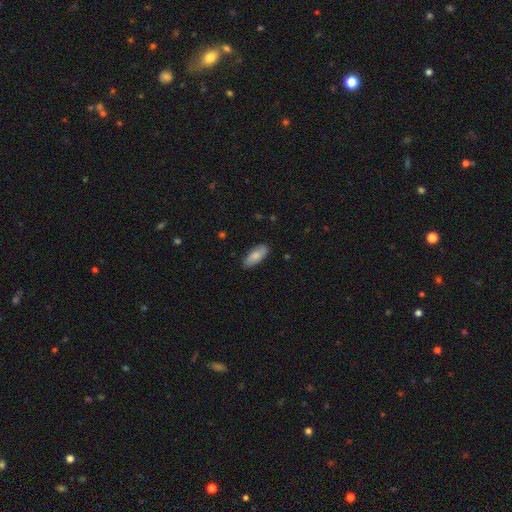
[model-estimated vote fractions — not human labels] Overall: smooth (80%). How rounded: in between (80%). Merging: none (86%).